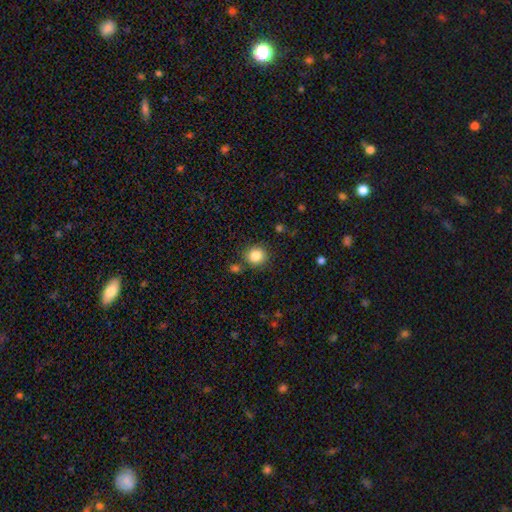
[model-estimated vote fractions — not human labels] Smooth or featured? Predicted: smooth (p=0.85). How rounded? Predicted: round (p=0.89). Merging? Predicted: none (p=0.83).